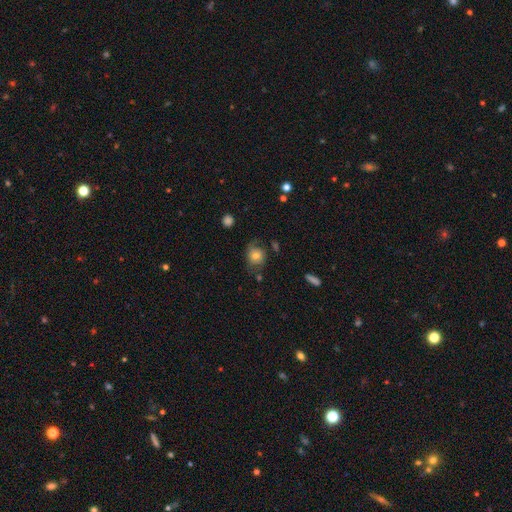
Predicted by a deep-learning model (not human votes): smooth-or-featured: smooth: 60% | featured or disk: 30% | star or artifact: 10%
  how-rounded: round: 72% | in between: 27% | cigar-shaped: 1%
  merging: none: 58% | minor disturbance: 25% | major disturbance: 14% | merger: 3%